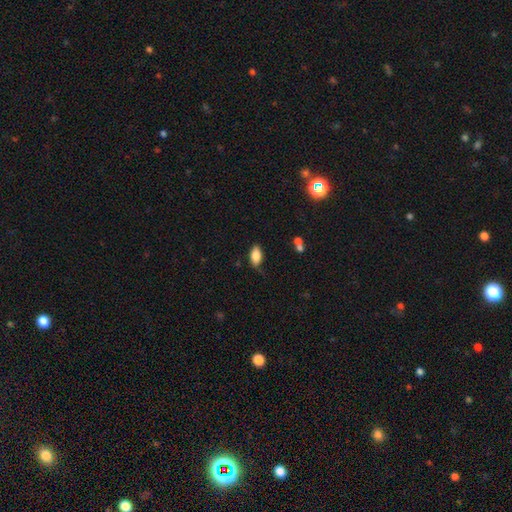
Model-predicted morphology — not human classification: Overall: smooth (82%). How rounded: in between (91%). Merging: none (71%).